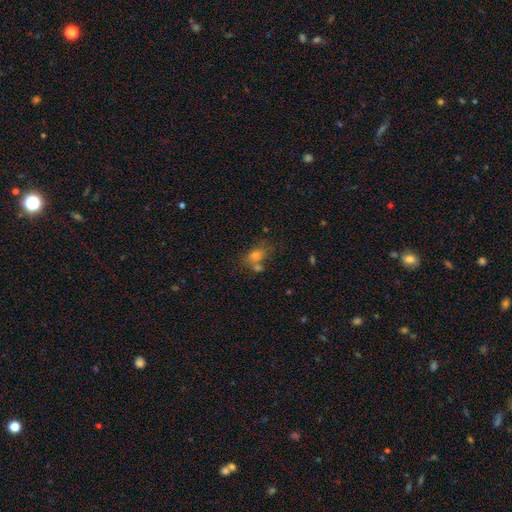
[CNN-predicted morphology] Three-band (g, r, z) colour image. It shows a smooth galaxy with no disk features (59%) that is in between round and cigar-shaped (62%). Merging: none (53%).